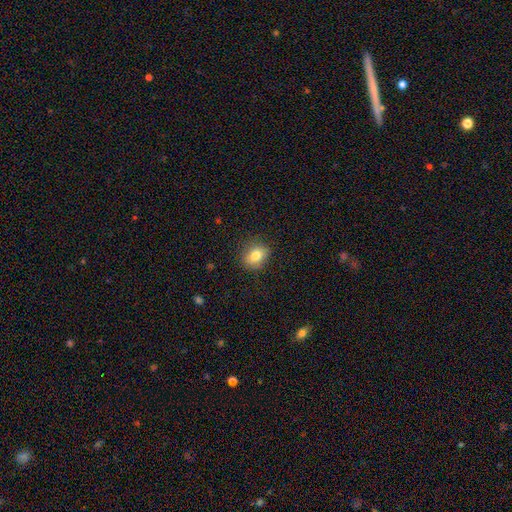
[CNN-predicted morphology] Smooth or featured: smooth — 80% (star or artifact — 10%)
How rounded: round — 59% (in between — 40%)
Merging: none — 85% (minor disturbance — 11%)